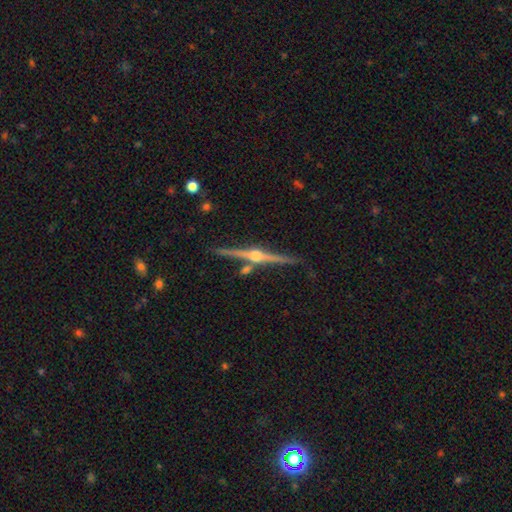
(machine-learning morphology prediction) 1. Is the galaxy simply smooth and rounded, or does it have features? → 89% featured or disk, 6% smooth, 5% star or artifact.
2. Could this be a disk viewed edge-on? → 99% yes, 1% no.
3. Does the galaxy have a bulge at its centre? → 96% rounded, 2% boxy, 2% none.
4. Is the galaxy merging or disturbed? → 85% none, 8% minor disturbance, 5% merger, 2% major disturbance.